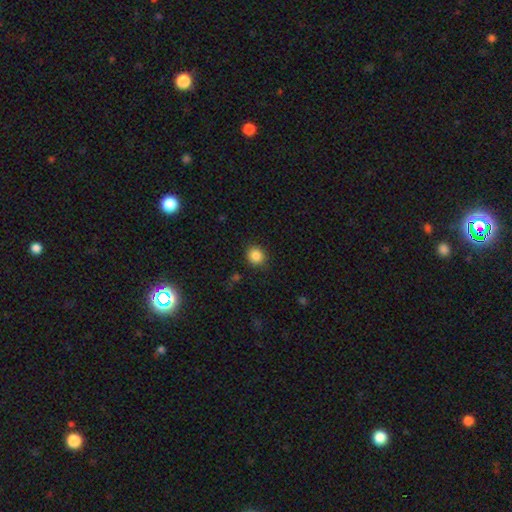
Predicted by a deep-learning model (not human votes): smooth-or-featured: smooth: 87% | star or artifact: 10% | featured or disk: 3%
  how-rounded: round: 79% | in between: 20% | cigar-shaped: 1%
  merging: none: 88% | minor disturbance: 8% | major disturbance: 3% | merger: 1%